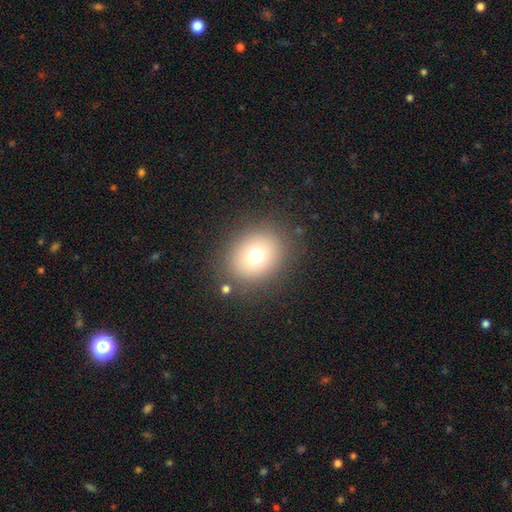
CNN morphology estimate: smooth_or_featured: smooth (p=0.71) [alt: star or artifact p=0.16]
how_rounded: round (p=0.72) [alt: in between p=0.27]
merging: none (p=0.85) [alt: minor disturbance p=0.08]